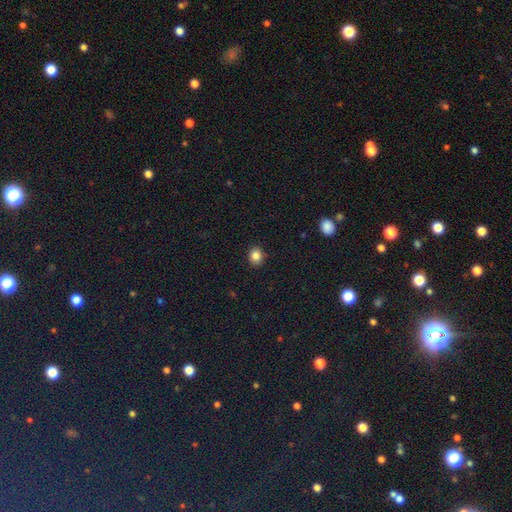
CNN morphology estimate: Smooth or featured?
  - smooth: 84% *
  - star or artifact: 11%
  - featured or disk: 5%
How rounded?
  - round: 67% *
  - in between: 32%
  - cigar-shaped: 1%
Merging?
  - none: 89% *
  - minor disturbance: 8%
  - major disturbance: 2%
  - merger: 1%